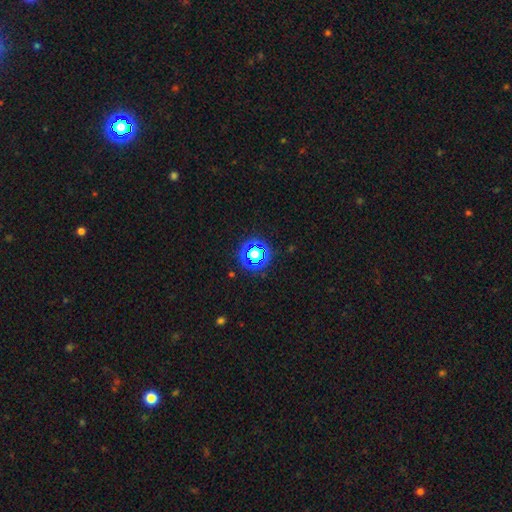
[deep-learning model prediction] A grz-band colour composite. It shows a star or artifact, not a galaxy (60%).